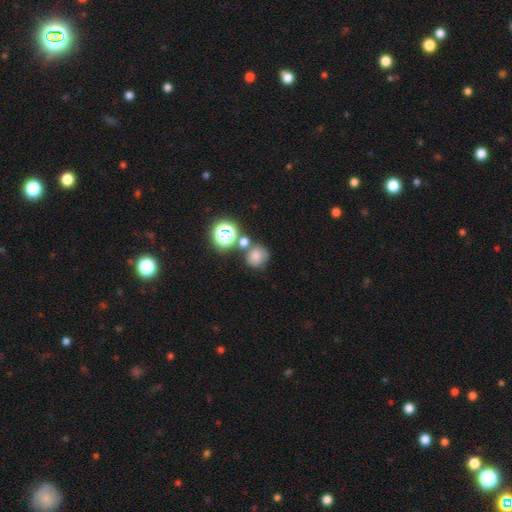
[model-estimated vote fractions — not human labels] Smooth or featured?
  - smooth: 68% *
  - star or artifact: 20%
  - featured or disk: 11%
How rounded?
  - round: 82% *
  - in between: 17%
  - cigar-shaped: 1%
Merging?
  - none: 57% *
  - merger: 24%
  - minor disturbance: 14%
  - major disturbance: 6%